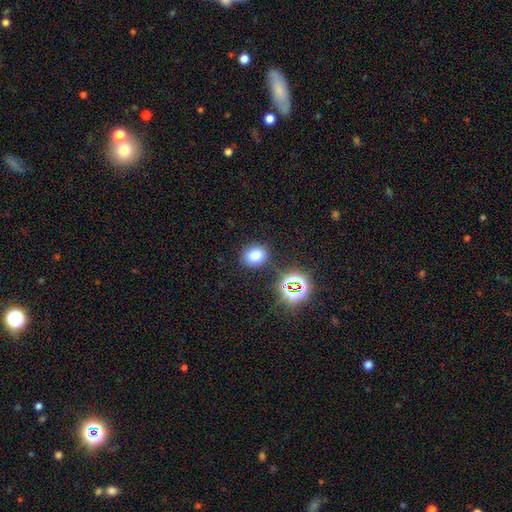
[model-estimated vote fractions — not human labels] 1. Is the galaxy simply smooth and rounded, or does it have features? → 73% smooth, 19% star or artifact, 8% featured or disk.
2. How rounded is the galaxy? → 66% round, 33% in between, 1% cigar-shaped.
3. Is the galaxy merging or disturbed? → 83% none, 10% minor disturbance, 4% merger, 3% major disturbance.